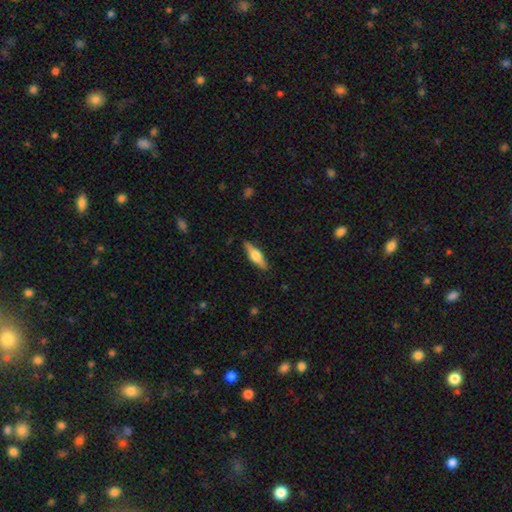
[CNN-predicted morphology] smooth-or-featured: featured or disk: 50% | smooth: 44% | star or artifact: 6%
  disk-edge-on: yes: 93% | no: 7%
  merging: none: 87% | minor disturbance: 10% | major disturbance: 2% | merger: 1%